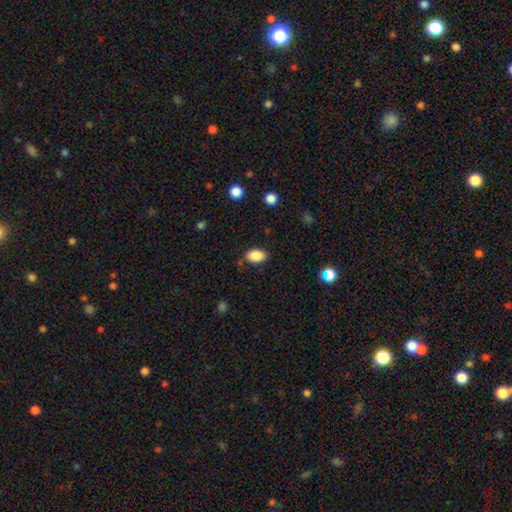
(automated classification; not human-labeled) A smooth galaxy with no disk features (87%) that is in between round and cigar-shaped (88%).

Vote fractions:
- Smooth or featured? smooth: 87% / star or artifact: 8% / featured or disk: 4%
- How rounded? in between: 88% / round: 10% / cigar-shaped: 1%
- Merging? none: 83% / minor disturbance: 12% / major disturbance: 3% / merger: 2%